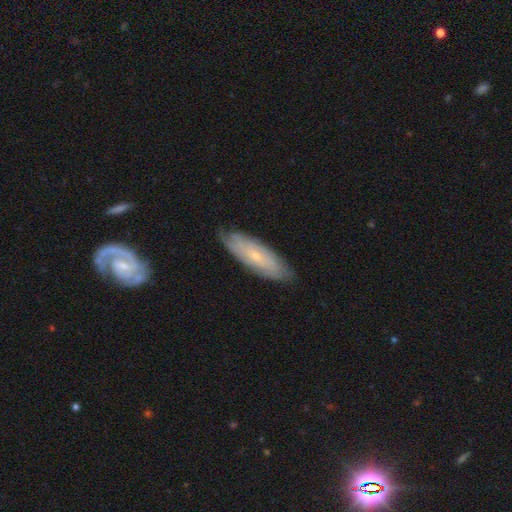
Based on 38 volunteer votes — A featured or disk galaxy (82%) with no bar (54%), tight (61%) spiral arms (75%) and a small central bulge (79%). Merging: none (78%).